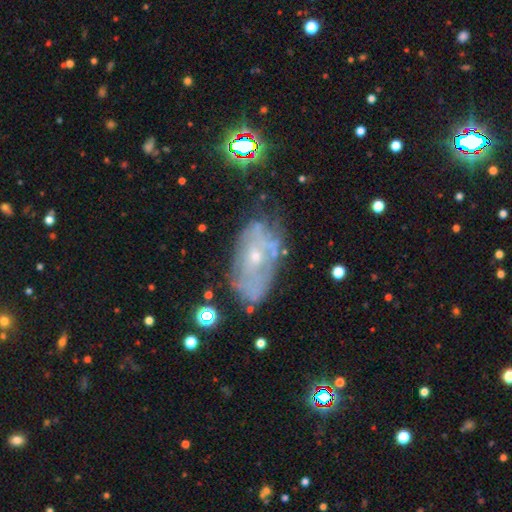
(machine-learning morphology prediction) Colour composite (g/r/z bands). It shows a featured or disk galaxy (64%) with no bar (79%), spiral arms (52%) and a small central bulge (71%). Merging: none (58%).